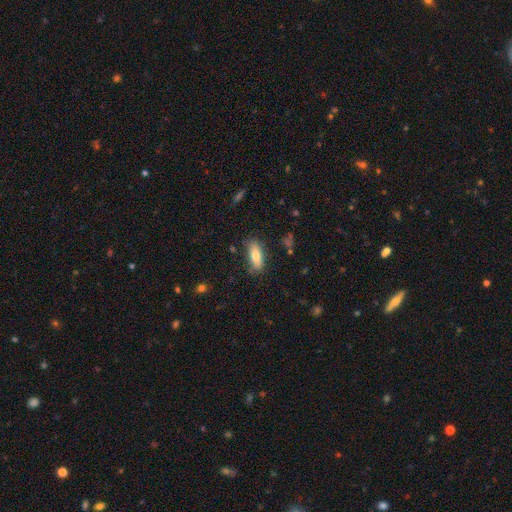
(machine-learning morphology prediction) A smooth galaxy with no disk features (73%) that is in between round and cigar-shaped (66%).

Vote fractions:
- Smooth or featured? smooth: 73% / featured or disk: 20% / star or artifact: 7%
- How rounded? in between: 66% / cigar-shaped: 31% / round: 3%
- Merging? none: 78% / minor disturbance: 16% / major disturbance: 4% / merger: 2%